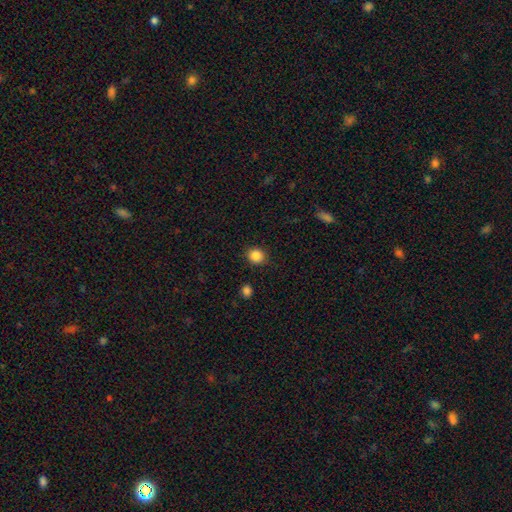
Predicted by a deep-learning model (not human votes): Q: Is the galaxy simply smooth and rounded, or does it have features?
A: smooth — 86%.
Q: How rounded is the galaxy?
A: round — 82%.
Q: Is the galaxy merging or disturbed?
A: none — 89%.